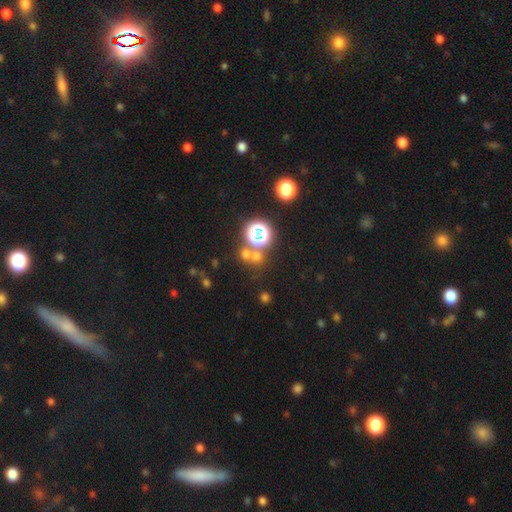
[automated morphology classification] smooth_or_featured: smooth (p=0.52) [alt: star or artifact p=0.39]
how_rounded: round (p=0.86) [alt: in between p=0.12]
merging: none (p=0.61) [alt: merger p=0.27]